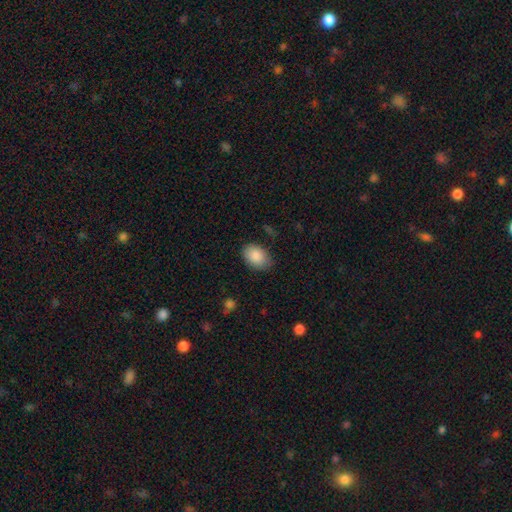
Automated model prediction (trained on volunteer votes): This is clearly a smooth galaxy (88%). How rounded: clearly in between (83%). Merging: likely none (79%).